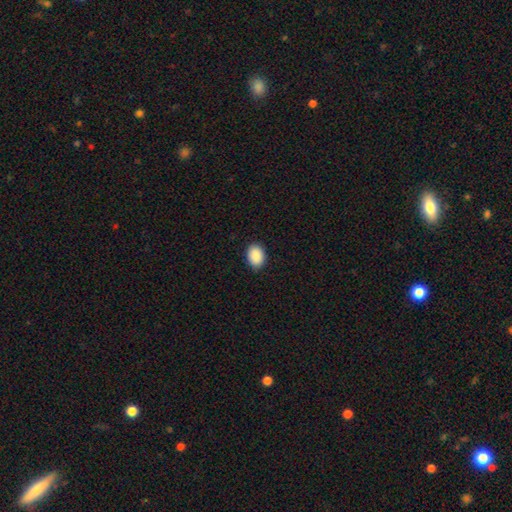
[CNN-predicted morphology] Overall: smooth (91%). How rounded: in between (76%). Merging: none (88%).